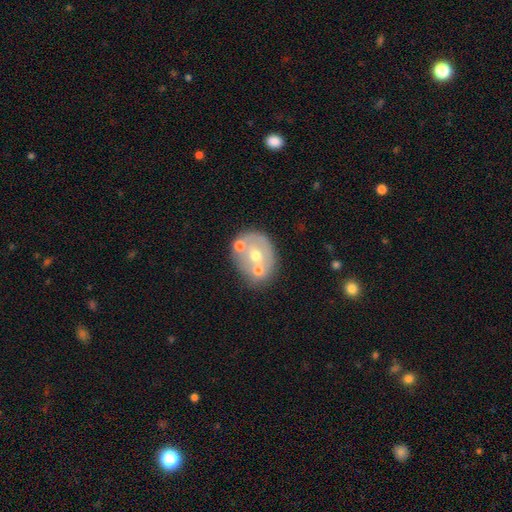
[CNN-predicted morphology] Overall: smooth (45%, tied with featured or disk). Merging: none (51%; merger 31%).